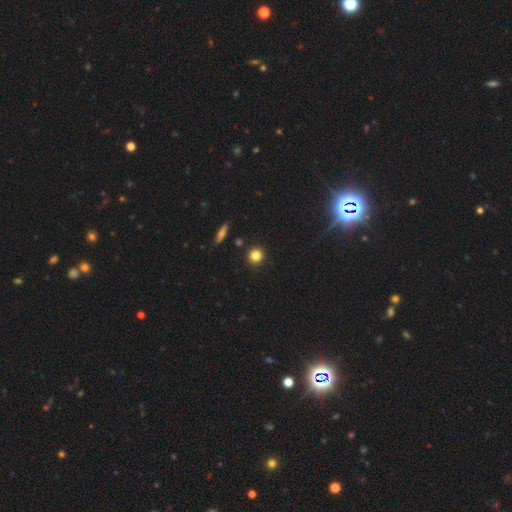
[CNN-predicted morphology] Smooth or featured? smooth (82%)
How rounded? round (92%)
Merging? none (90%)